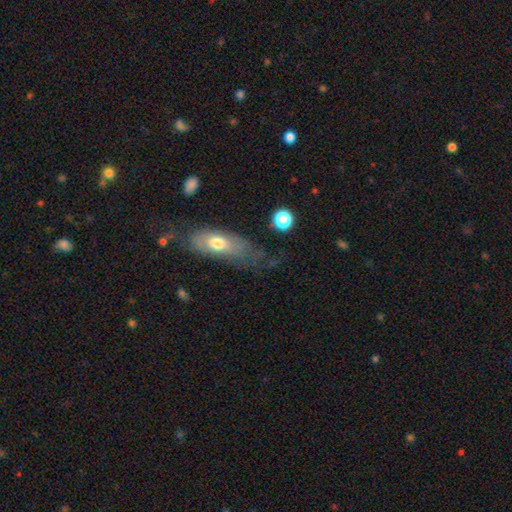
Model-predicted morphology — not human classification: This appears to be a smooth galaxy with no disk features (47%). Merging: none (47%).